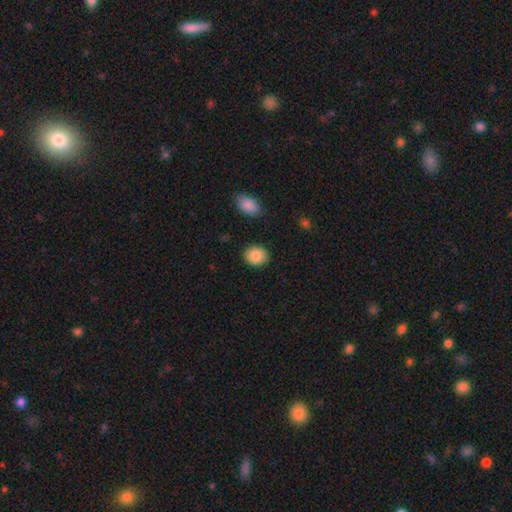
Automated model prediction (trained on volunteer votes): A smooth galaxy with no disk features (87%) that is round (60%). Merging: none (89%).